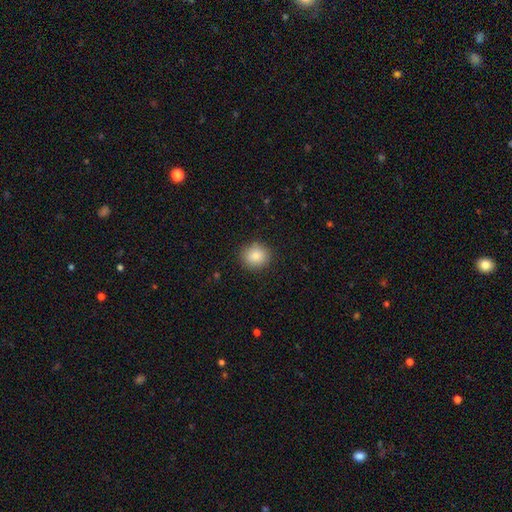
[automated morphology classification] A smooth galaxy with no disk features (86%) that is round (83%). Merging: none (88%).